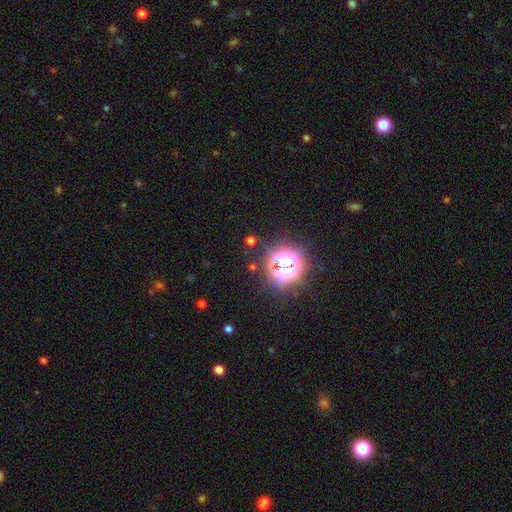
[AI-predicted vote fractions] star or artifact 84%, smooth 10%, featured or disk 5%.